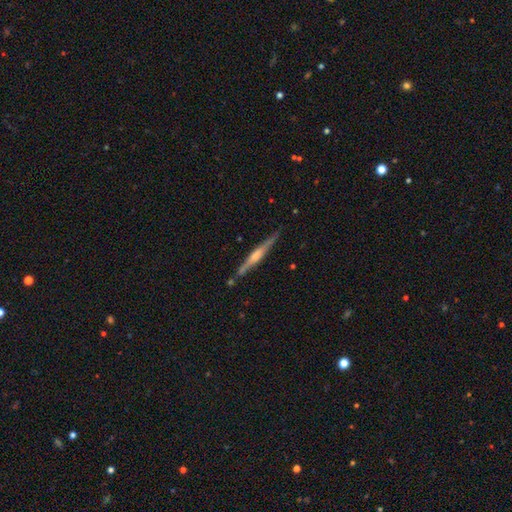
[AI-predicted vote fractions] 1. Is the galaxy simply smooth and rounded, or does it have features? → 73% featured or disk, 21% smooth, 6% star or artifact.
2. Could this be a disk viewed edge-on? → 98% yes, 2% no.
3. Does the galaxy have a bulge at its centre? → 66% rounded, 20% boxy, 14% none.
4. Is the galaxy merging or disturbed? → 84% none, 10% minor disturbance, 4% merger, 2% major disturbance.